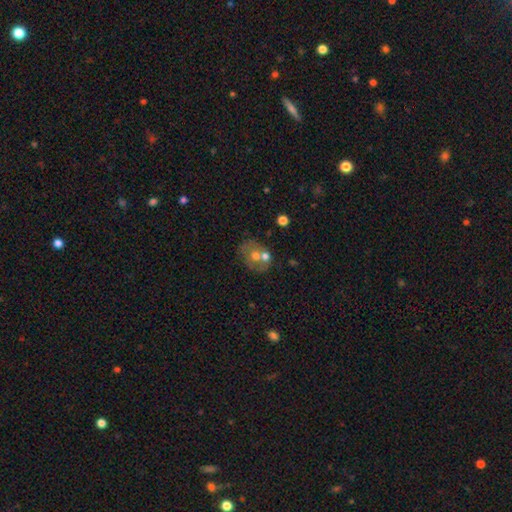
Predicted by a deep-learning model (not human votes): Smooth or featured? smooth (45%)
Merging? merger (41%)